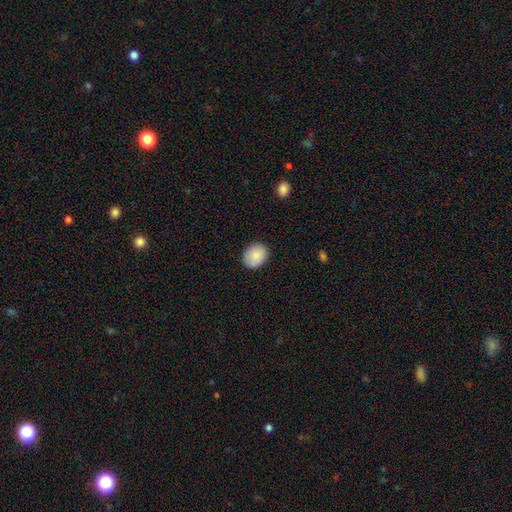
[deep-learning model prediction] smooth-or-featured: smooth: 87% | star or artifact: 7% | featured or disk: 6%
  how-rounded: round: 57% | in between: 42% | cigar-shaped: 1%
  merging: none: 86% | minor disturbance: 11% | major disturbance: 2% | merger: 1%